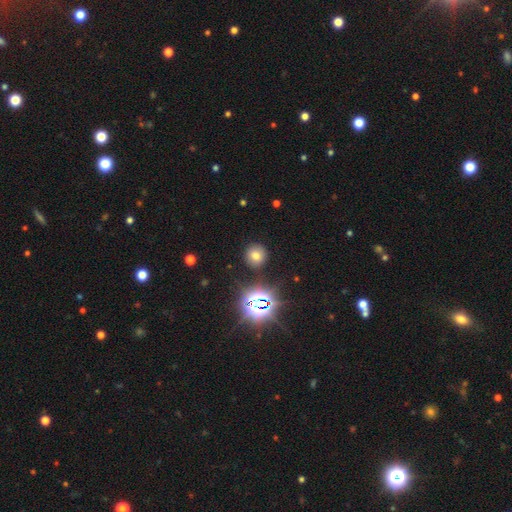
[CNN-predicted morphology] This appears to be a smooth galaxy with no disk features (67%) that is round (89%). Merging: none (88%).